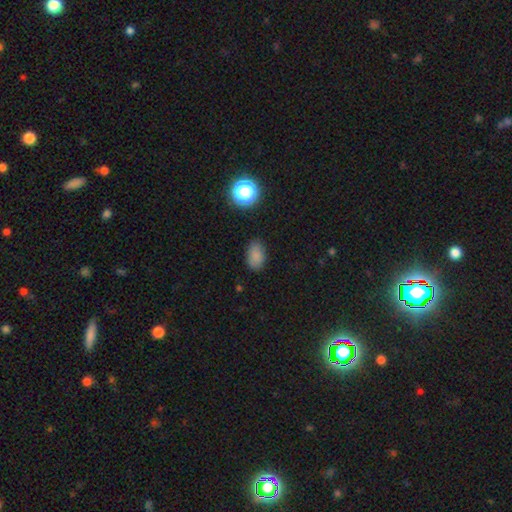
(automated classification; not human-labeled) Overall: smooth (82%). How rounded: in between (87%). Merging: none (82%).